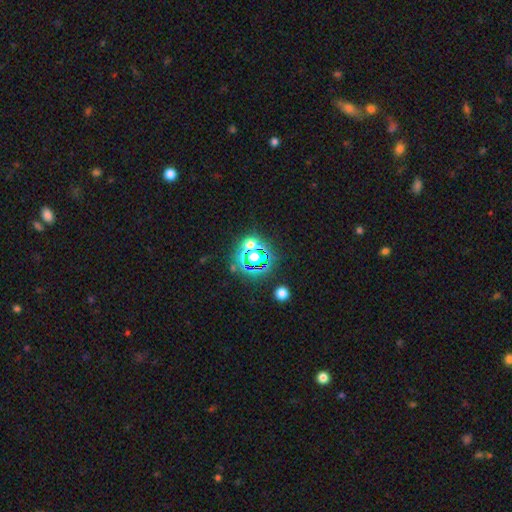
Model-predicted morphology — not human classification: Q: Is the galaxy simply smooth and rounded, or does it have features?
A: star or artifact — 65%.